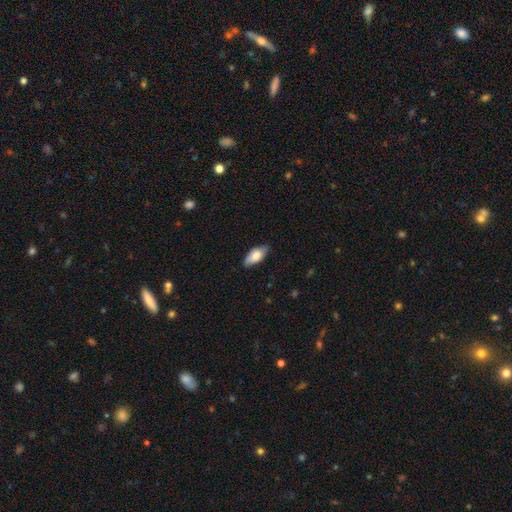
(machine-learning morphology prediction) Smooth or featured?
  - smooth: 72% *
  - featured or disk: 22%
  - star or artifact: 6%
How rounded?
  - in between: 87% *
  - cigar-shaped: 10%
  - round: 3%
Merging?
  - none: 82% *
  - minor disturbance: 15%
  - major disturbance: 2%
  - merger: 1%